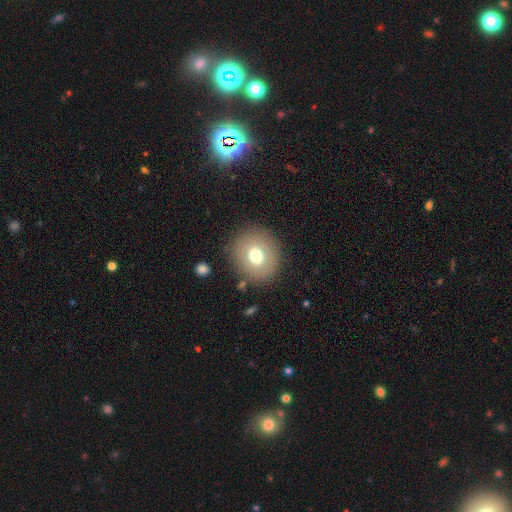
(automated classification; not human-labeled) Smooth or featured? smooth (70%)
How rounded? round (82%)
Merging? none (85%)